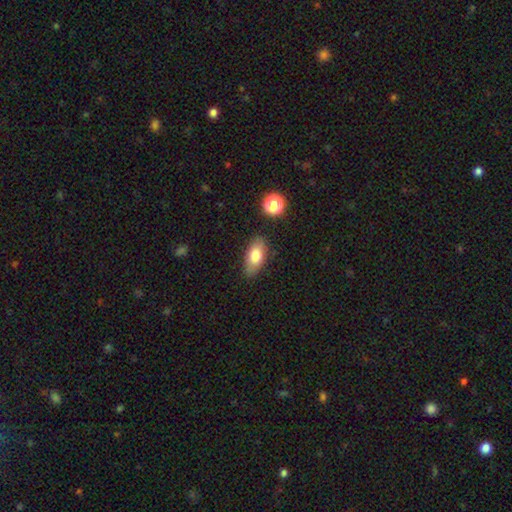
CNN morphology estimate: smooth_or_featured: smooth (p=0.77) [alt: featured or disk p=0.16]
how_rounded: in between (p=0.88) [alt: cigar-shaped p=0.07]
merging: none (p=0.83) [alt: minor disturbance p=0.12]